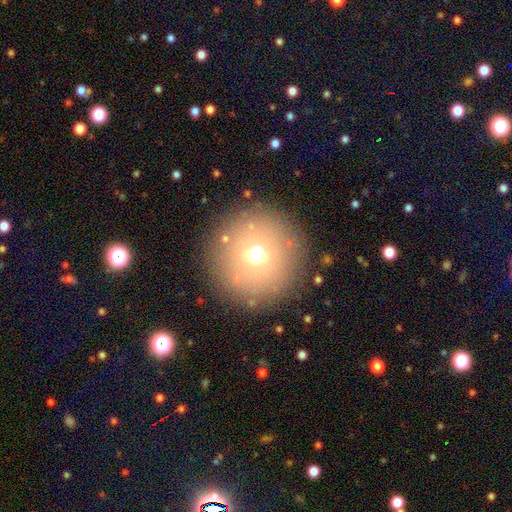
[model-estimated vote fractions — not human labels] A smooth galaxy with no disk features (58%) that is round (91%).

Vote fractions:
- Smooth or featured? smooth: 58% / star or artifact: 24% / featured or disk: 18%
- How rounded? round: 91% / in between: 8% / cigar-shaped: 1%
- Merging? none: 83% / minor disturbance: 8% / major disturbance: 6% / merger: 3%